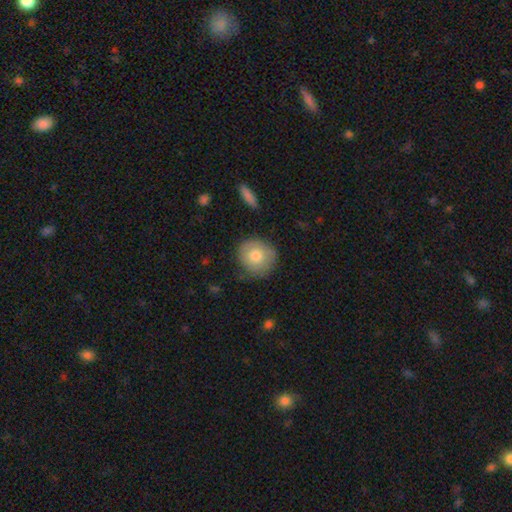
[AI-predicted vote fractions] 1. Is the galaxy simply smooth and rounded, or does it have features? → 76% smooth, 17% featured or disk, 7% star or artifact.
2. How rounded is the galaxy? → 88% round, 11% in between, 1% cigar-shaped.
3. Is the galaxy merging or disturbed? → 76% none, 18% minor disturbance, 4% major disturbance, 2% merger.